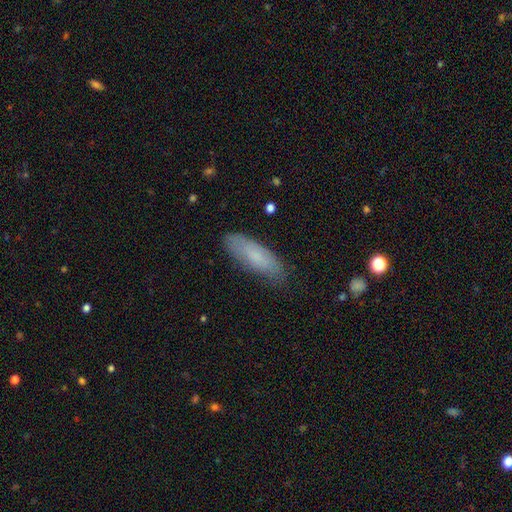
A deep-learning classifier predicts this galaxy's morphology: Smooth or featured?
  - smooth: 75% *
  - featured or disk: 18%
  - star or artifact: 7%
How rounded?
  - in between: 56% *
  - cigar-shaped: 42%
  - round: 2%
Merging?
  - none: 77% *
  - minor disturbance: 18%
  - major disturbance: 4%
  - merger: 1%